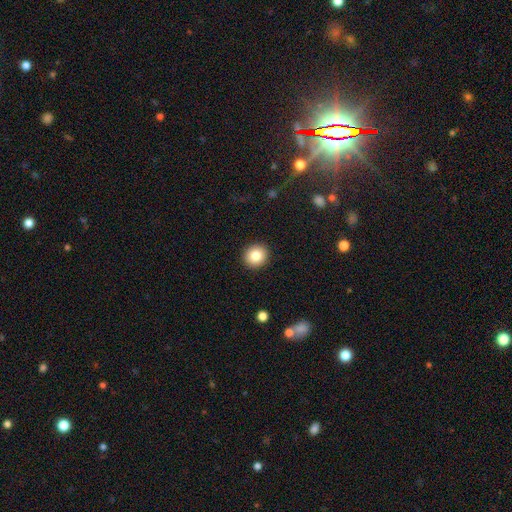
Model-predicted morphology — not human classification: Overall: smooth (84%). How rounded: round (87%). Merging: none (92%).